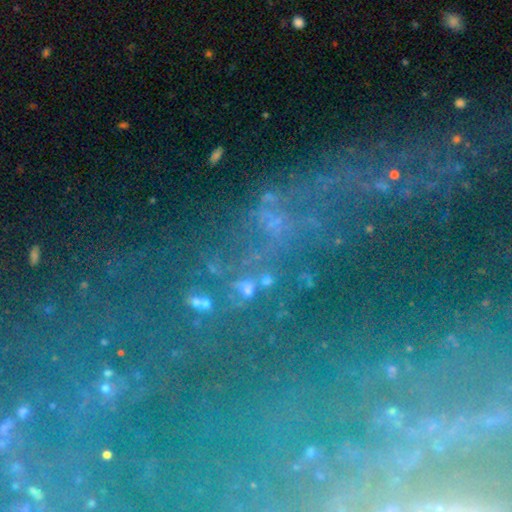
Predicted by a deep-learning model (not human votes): Q: Smooth or featured?
A: star or artifact (52%); runner-up: featured or disk (27%)